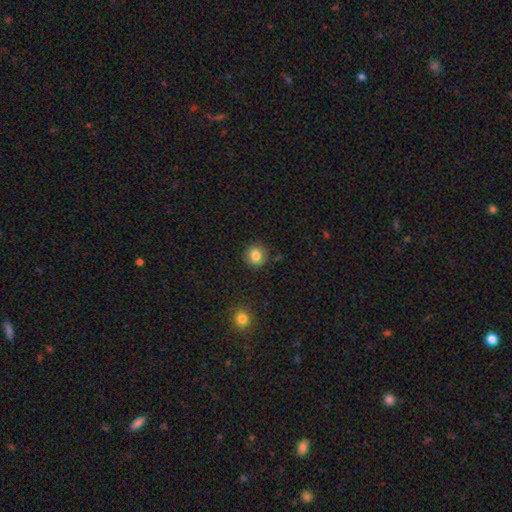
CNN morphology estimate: This is clearly a smooth galaxy (84%). How rounded: clearly round (85%). Merging: clearly none (88%).